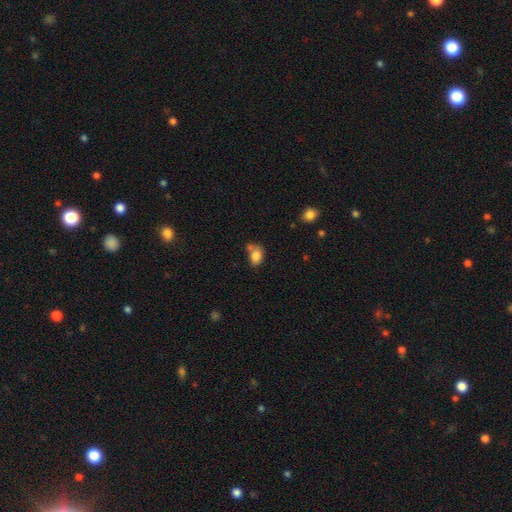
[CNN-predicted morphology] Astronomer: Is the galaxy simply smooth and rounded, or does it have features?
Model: smooth — 82%.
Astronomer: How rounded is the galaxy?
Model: in between — 71%.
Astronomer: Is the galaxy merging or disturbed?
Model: none — 45% (runner-up: merger, 27%).